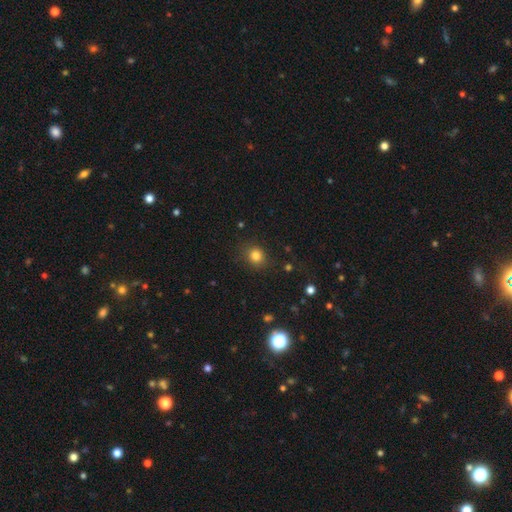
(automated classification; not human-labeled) Smooth or featured?
  - smooth: 82% *
  - star or artifact: 13%
  - featured or disk: 5%
How rounded?
  - round: 78% *
  - in between: 21%
  - cigar-shaped: 1%
Merging?
  - none: 85% *
  - minor disturbance: 10%
  - major disturbance: 4%
  - merger: 2%